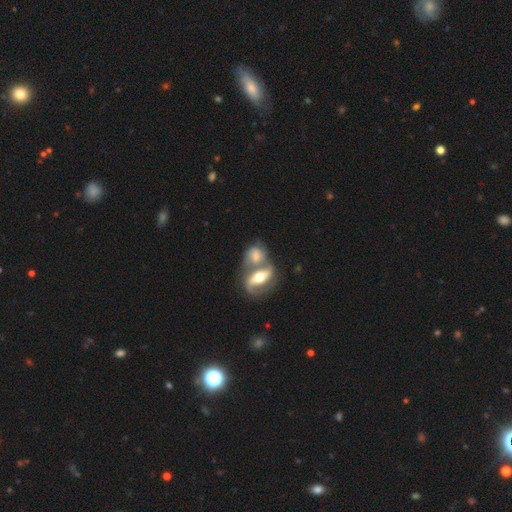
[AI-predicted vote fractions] A featured or disk galaxy (61%) with no bar (37%), spiral arms (82%) and a moderate central bulge (64%).

Vote fractions:
- Smooth or featured? featured or disk: 61% / smooth: 32% / star or artifact: 7%
- Edge-on disk? no: 92% / yes: 8%
- Bar? no: 37% / weak: 34% / strong: 29%
- Spiral arms? yes: 82% / no: 18%
- Bulge size? moderate: 64% / large: 16% / small: 15% / none: 3% / dominant: 2%
- Merging? merger: 65% / none: 22% / minor disturbance: 8% / major disturbance: 5%